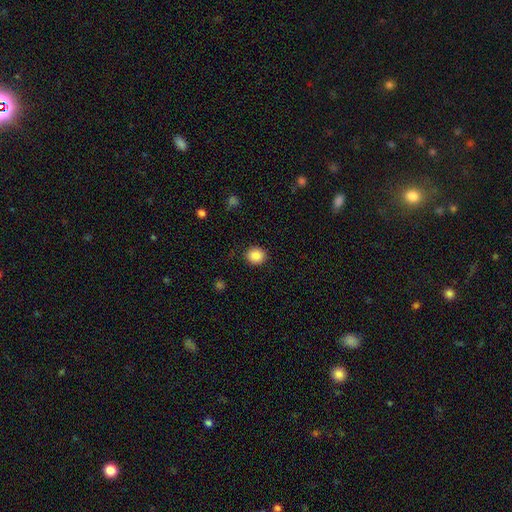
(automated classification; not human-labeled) This is clearly a smooth galaxy (88%). How rounded: likely round (80%). Merging: clearly none (90%).